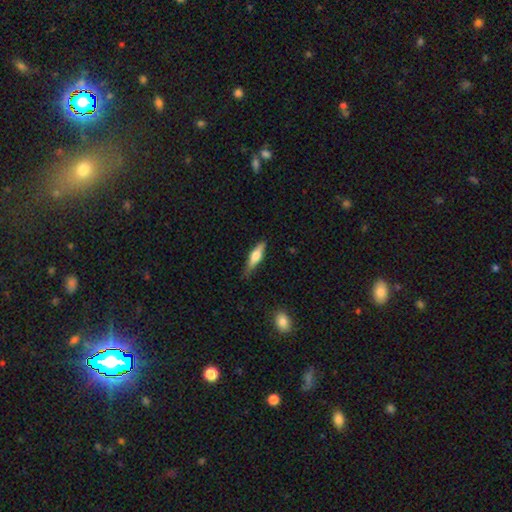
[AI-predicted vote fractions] Smooth or featured?
  - smooth: 56% *
  - featured or disk: 38%
  - star or artifact: 6%
How rounded?
  - cigar-shaped: 63% *
  - in between: 34%
  - round: 2%
Merging?
  - none: 74% *
  - minor disturbance: 20%
  - major disturbance: 4%
  - merger: 2%